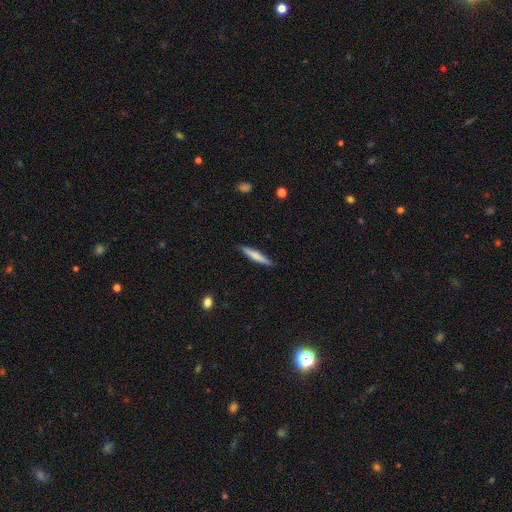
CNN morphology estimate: Smooth or featured? Predicted: smooth (p=0.64). How rounded? Predicted: cigar-shaped (p=0.93). Merging? Predicted: none (p=0.89).